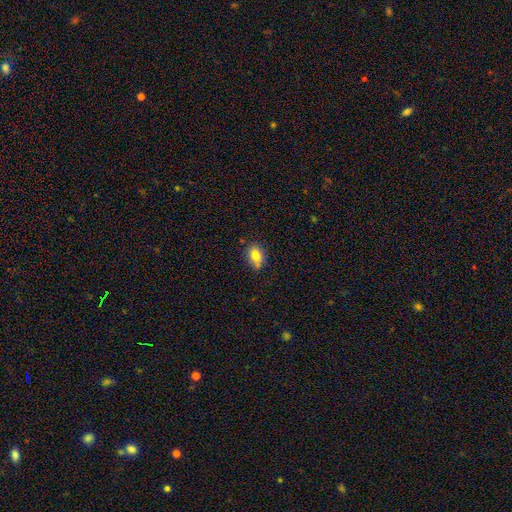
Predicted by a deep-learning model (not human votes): Smooth or featured? smooth (80%)
How rounded? in between (75%)
Merging? none (71%)